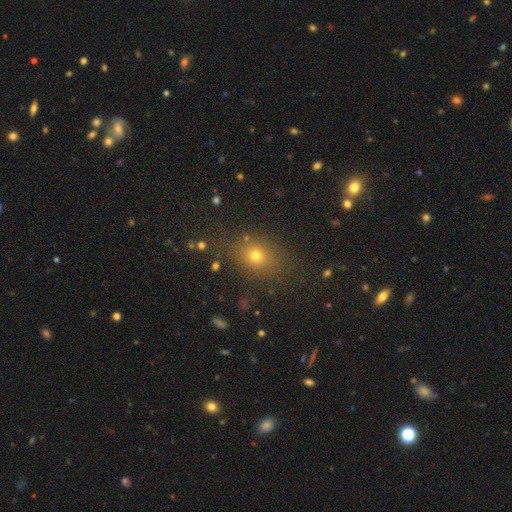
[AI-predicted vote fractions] Smooth or featured? smooth (69%)
How rounded? round (54%)
Merging? none (80%)